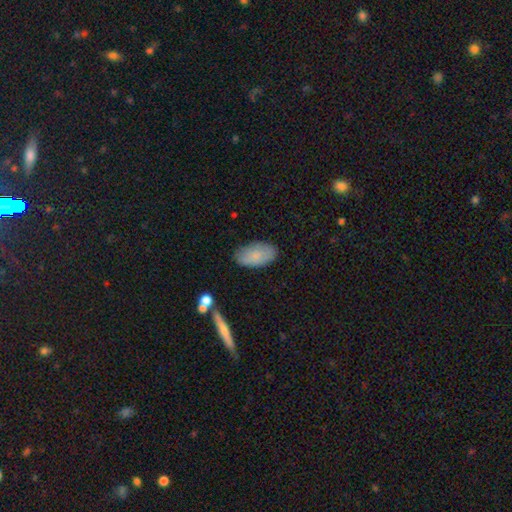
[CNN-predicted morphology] Smooth or featured? smooth (79%)
How rounded? in between (94%)
Merging? none (80%)